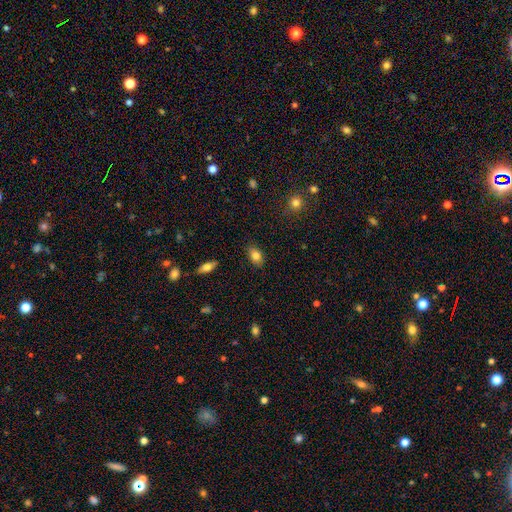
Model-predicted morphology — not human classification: This appears to be a smooth galaxy with no disk features (81%) that is in between round and cigar-shaped (85%). Merging: none (85%).